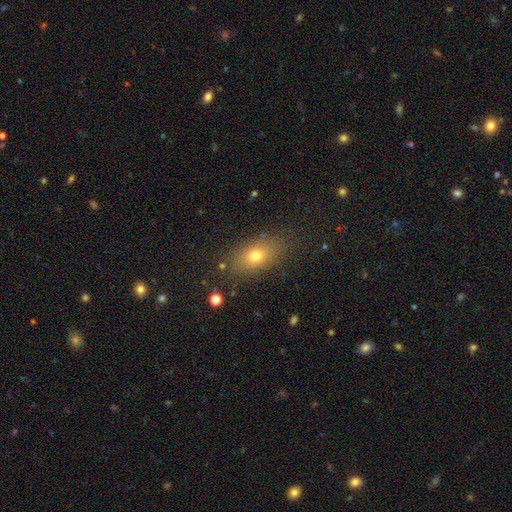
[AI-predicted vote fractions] smooth-or-featured: smooth: 72% | featured or disk: 15% | star or artifact: 13%
  how-rounded: in between: 76% | round: 17% | cigar-shaped: 8%
  merging: none: 82% | minor disturbance: 12% | major disturbance: 4% | merger: 2%